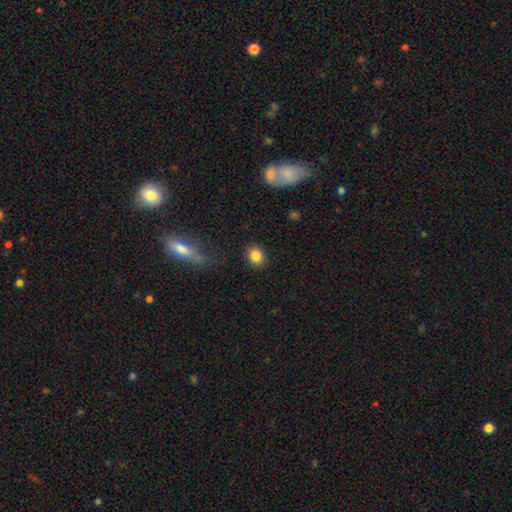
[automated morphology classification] Smooth or featured? smooth (84%)
How rounded? round (65%)
Merging? none (88%)